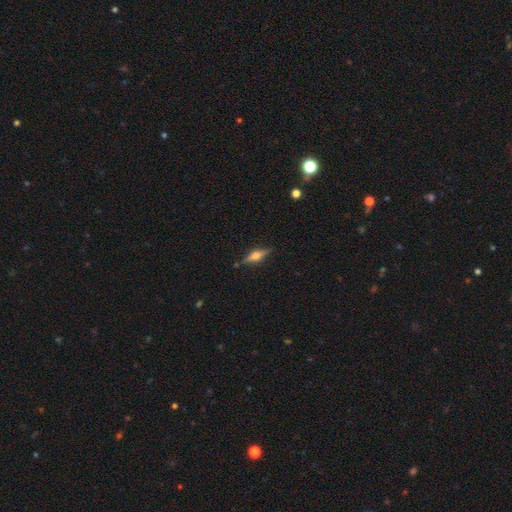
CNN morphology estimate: Smooth or featured: featured or disk — 58% (smooth — 35%)
Edge-on disk: yes — 95% (no — 5%)
Edge-on bulge: rounded — 88% (boxy — 9%)
Merging: none — 84% (minor disturbance — 12%)